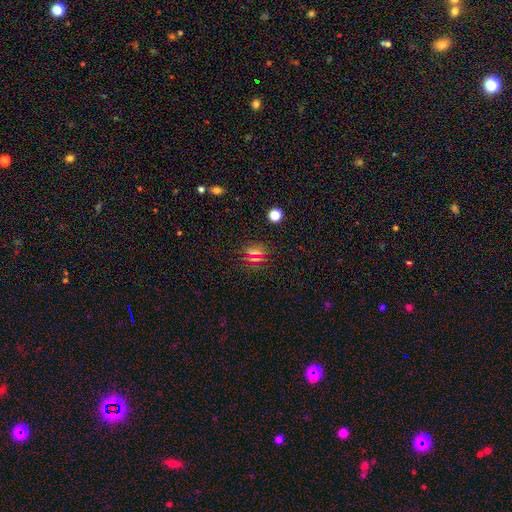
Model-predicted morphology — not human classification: The model was most divided on "smooth or featured": smooth: 45%, star or artifact: 44%, featured or disk: 11%. More confident: merging — none (81%).